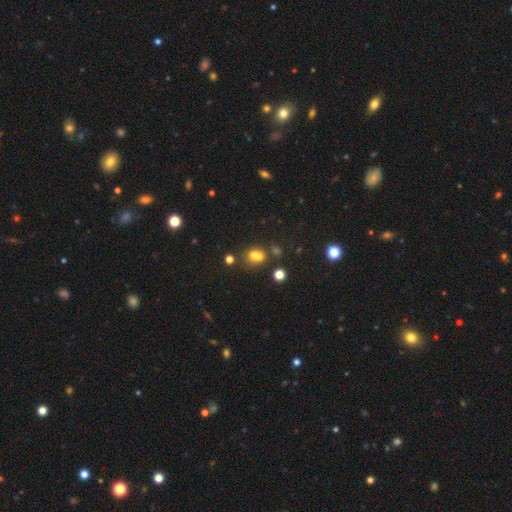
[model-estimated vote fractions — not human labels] smooth_or_featured: smooth (p=0.71) [alt: star or artifact p=0.19]
how_rounded: in between (p=0.58) [alt: round p=0.41]
merging: none (p=0.51) [alt: merger p=0.25]